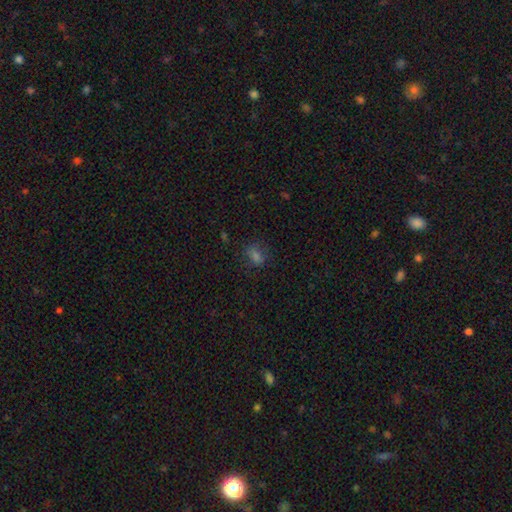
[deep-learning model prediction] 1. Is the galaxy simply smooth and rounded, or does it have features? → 64% smooth, 26% star or artifact, 10% featured or disk.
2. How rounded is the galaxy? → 65% in between, 31% round, 5% cigar-shaped.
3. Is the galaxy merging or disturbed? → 75% none, 16% minor disturbance, 7% major disturbance, 2% merger.